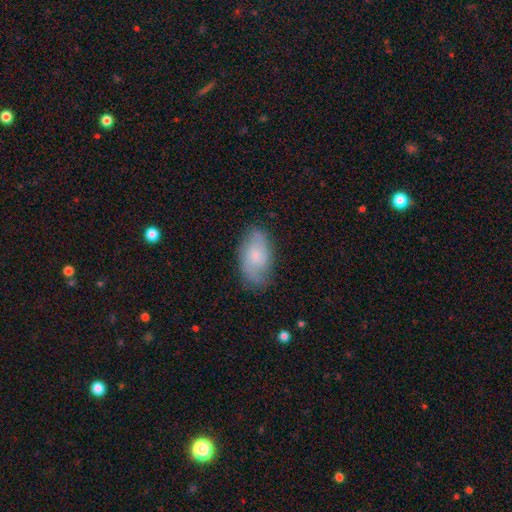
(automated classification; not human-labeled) Smooth or featured? smooth (53%)
How rounded? in between (93%)
Merging? none (72%)